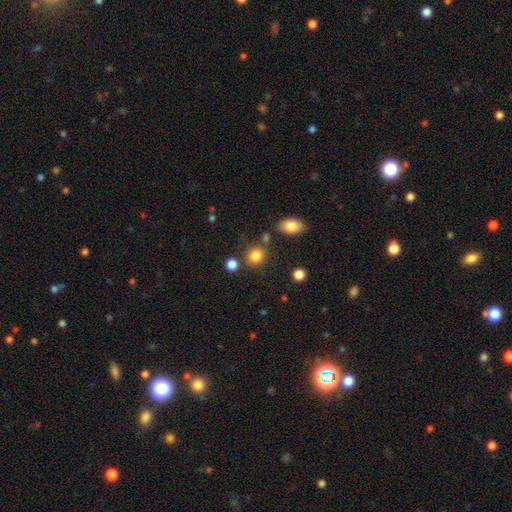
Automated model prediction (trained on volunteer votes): Smooth or featured: smooth — 84% (star or artifact — 11%)
How rounded: round — 74% (in between — 25%)
Merging: none — 76% (minor disturbance — 11%)